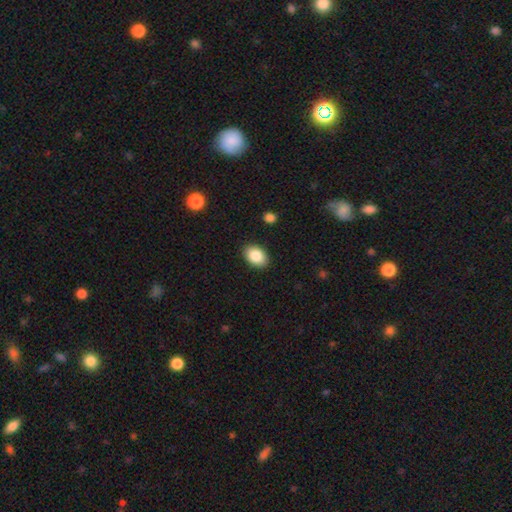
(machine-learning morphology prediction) The model was most divided on "how rounded": in between: 82%, round: 17%, cigar-shaped: 1%. More confident: merging — none (88%); smooth or featured — smooth (87%).